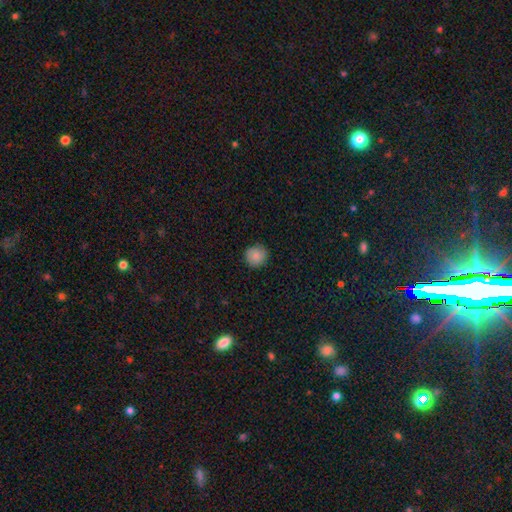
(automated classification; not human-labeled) smooth_or_featured: smooth (p=0.85) [alt: star or artifact p=0.09]
how_rounded: round (p=0.93) [alt: in between p=0.06]
merging: none (p=0.87) [alt: minor disturbance p=0.10]